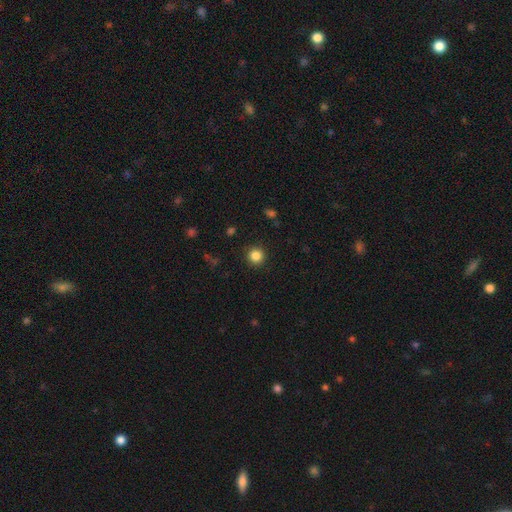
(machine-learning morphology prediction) type=smooth (85%); roundness=round (95%); merging=none (91%).